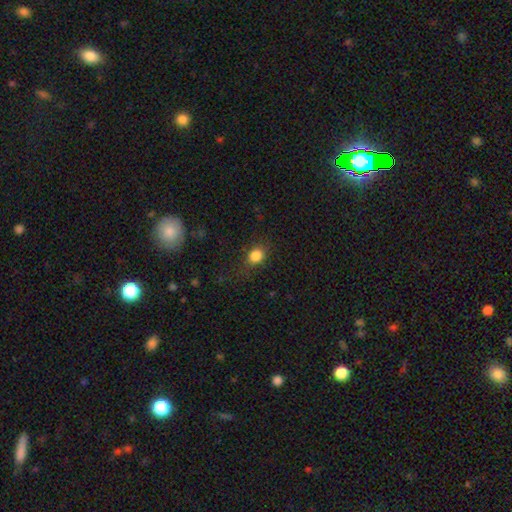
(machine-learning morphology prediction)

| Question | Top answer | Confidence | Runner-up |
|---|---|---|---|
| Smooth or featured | smooth | 83% | star or artifact (11%) |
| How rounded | round | 60% | in between (38%) |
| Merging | none | 76% | minor disturbance (16%) |